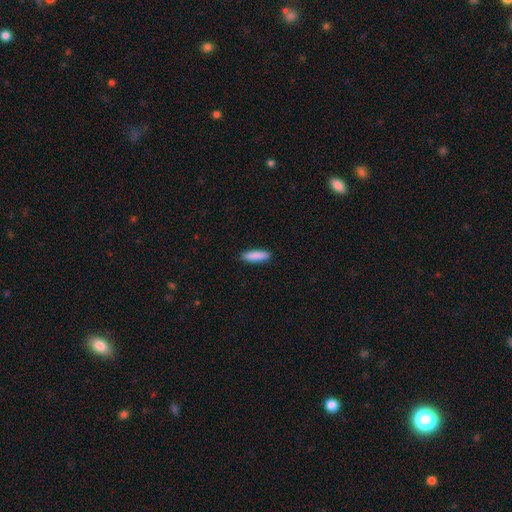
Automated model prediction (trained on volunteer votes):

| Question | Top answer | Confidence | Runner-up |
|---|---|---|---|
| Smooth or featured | smooth | 88% | star or artifact (6%) |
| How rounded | cigar-shaped | 63% | in between (35%) |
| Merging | none | 89% | minor disturbance (8%) |